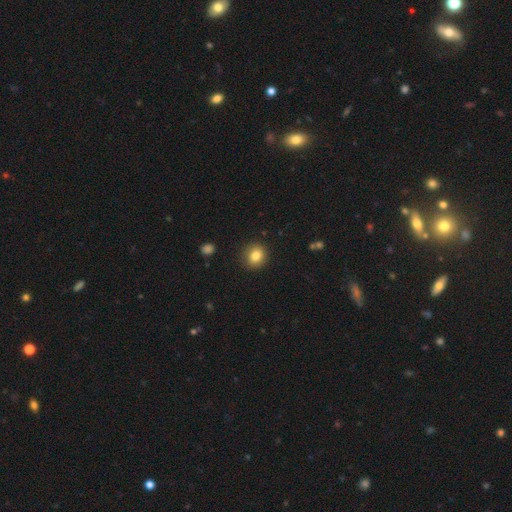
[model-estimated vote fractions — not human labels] A smooth galaxy with no disk features (83%) that is round (81%). Merging: none (89%).